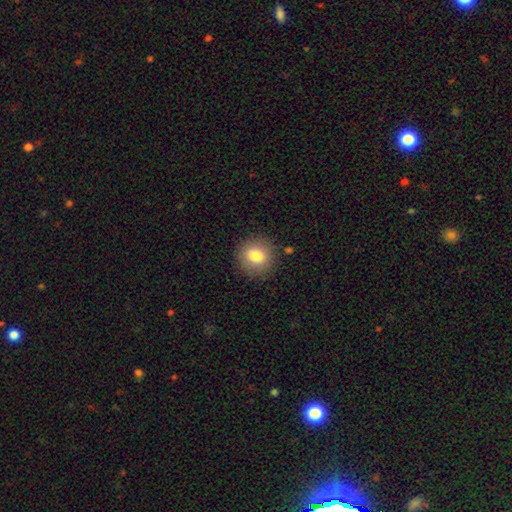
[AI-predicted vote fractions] smooth_or_featured: smooth (p=0.80) [alt: featured or disk p=0.11]
how_rounded: round (p=0.83) [alt: in between p=0.16]
merging: none (p=0.87) [alt: minor disturbance p=0.09]